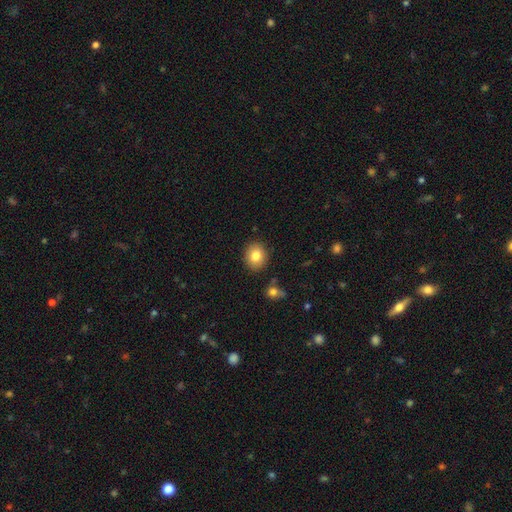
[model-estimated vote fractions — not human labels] Morphology: type=smooth (81%); roundness=round (73%); merging=none (88%).